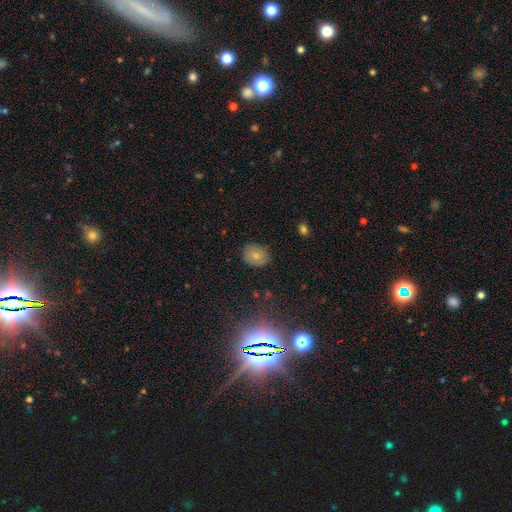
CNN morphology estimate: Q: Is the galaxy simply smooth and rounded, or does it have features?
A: smooth — 77%.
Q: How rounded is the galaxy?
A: in between — 50%.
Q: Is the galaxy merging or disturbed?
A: none — 85%.